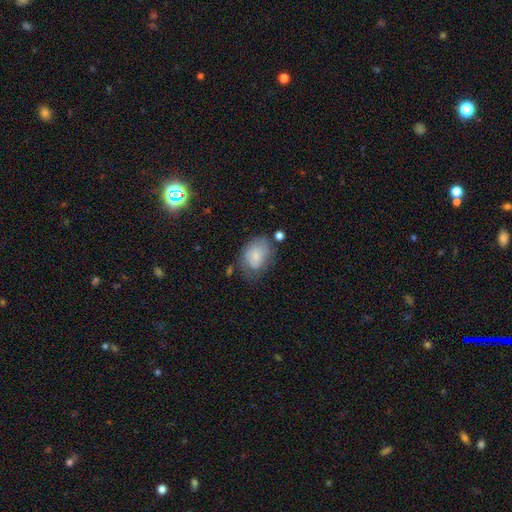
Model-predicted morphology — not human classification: Smooth or featured: smooth — 70% (featured or disk — 21%)
How rounded: in between — 73% (round — 26%)
Merging: none — 48% (minor disturbance — 30%)